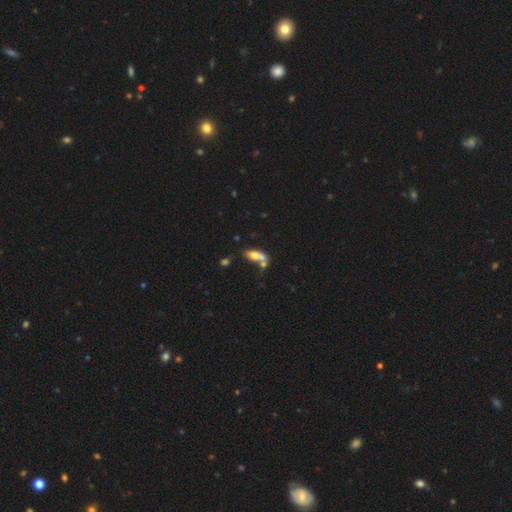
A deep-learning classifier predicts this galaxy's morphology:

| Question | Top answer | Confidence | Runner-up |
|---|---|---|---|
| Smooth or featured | smooth | 65% | featured or disk (26%) |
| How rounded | in between | 77% | cigar-shaped (18%) |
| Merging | merger | 49% | none (32%) |